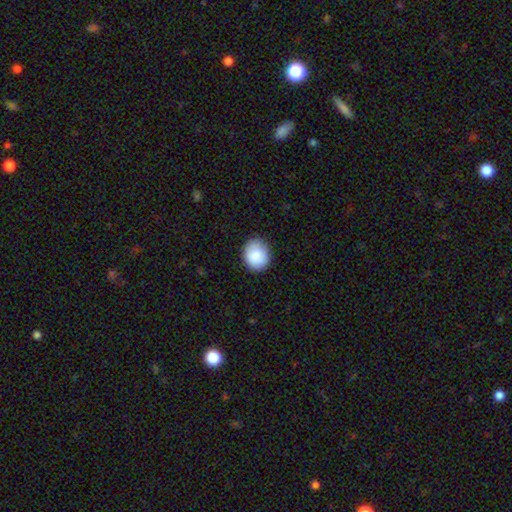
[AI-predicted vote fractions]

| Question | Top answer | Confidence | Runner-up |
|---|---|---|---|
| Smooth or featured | smooth | 88% | star or artifact (7%) |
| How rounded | round | 65% | in between (34%) |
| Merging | none | 83% | minor disturbance (13%) |